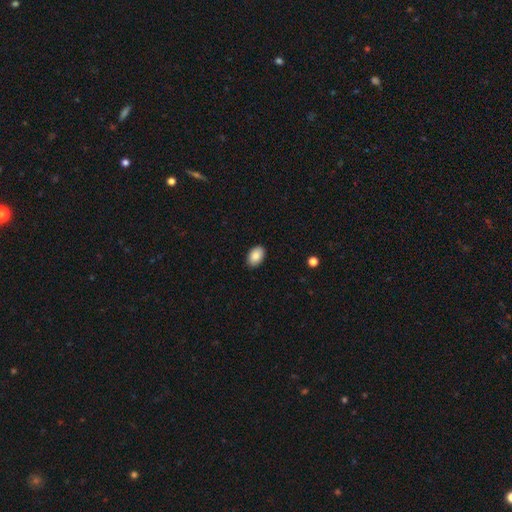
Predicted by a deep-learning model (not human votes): Morphology: type=smooth (87%); roundness=in between (89%); merging=none (89%).